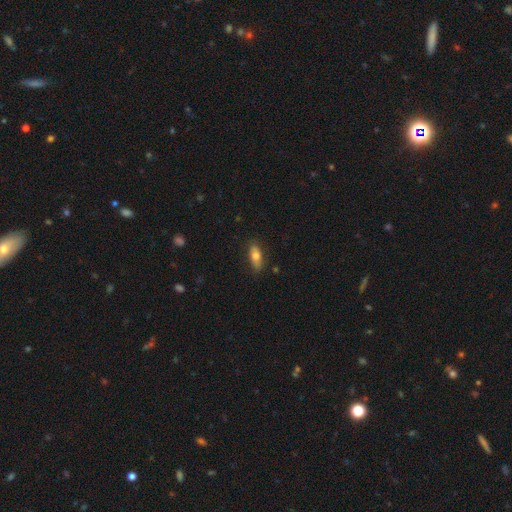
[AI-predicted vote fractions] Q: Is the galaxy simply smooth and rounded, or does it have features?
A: smooth — 69%.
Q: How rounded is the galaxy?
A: in between — 71%.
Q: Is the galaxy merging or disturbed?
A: none — 80%.